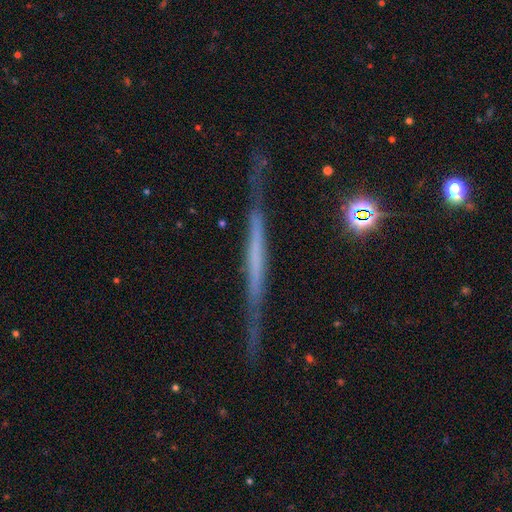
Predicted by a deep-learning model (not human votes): Smooth or featured: featured or disk — 67% (smooth — 25%)
Edge-on disk: yes — 96% (no — 4%)
Edge-on bulge: none — 81% (boxy — 11%)
Merging: none — 80% (minor disturbance — 14%)